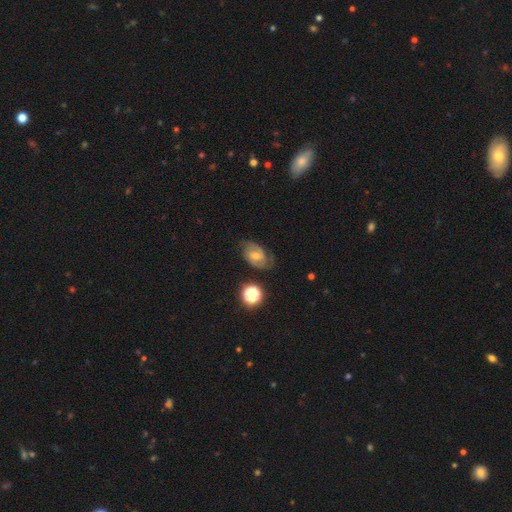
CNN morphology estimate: This appears to be a featured or disk galaxy (69%) with a weak bar (50%), 2 (81%) medium (46%) spiral arms (92%) and a moderate central bulge (49%). Merging: none (75%).